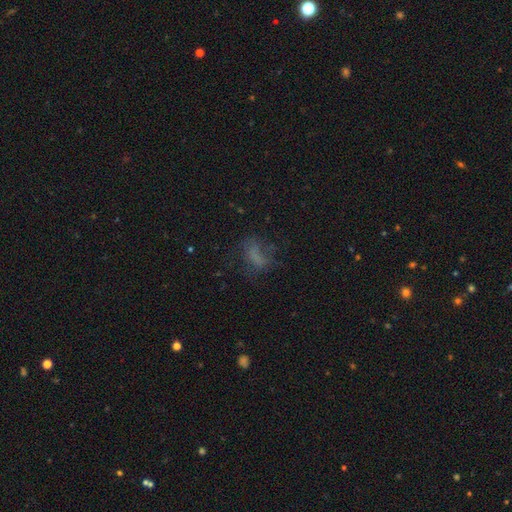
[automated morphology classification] Smooth or featured? Predicted: smooth (p=0.54). How rounded? Predicted: in between (p=0.74). Merging? Predicted: none (p=0.47).